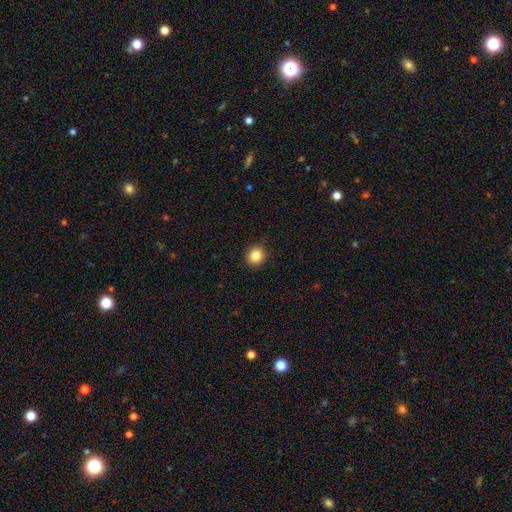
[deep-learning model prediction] Smooth or featured? Predicted: smooth (p=0.85). How rounded? Predicted: round (p=0.90). Merging? Predicted: none (p=0.90).